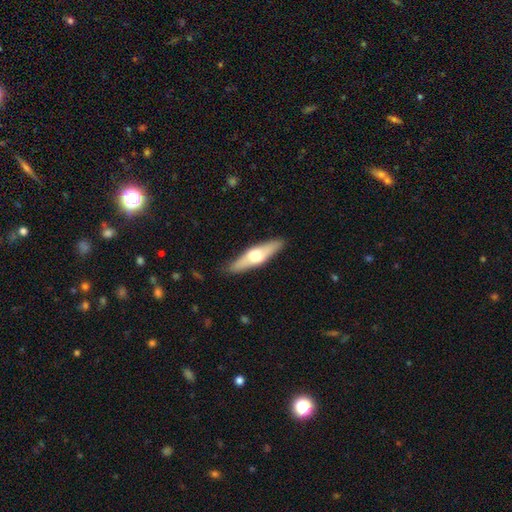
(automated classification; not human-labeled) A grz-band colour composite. It shows a featured or disk galaxy (56%) viewed edge-on (91%) with a rounded central bulge (94%). Merging: none (88%).